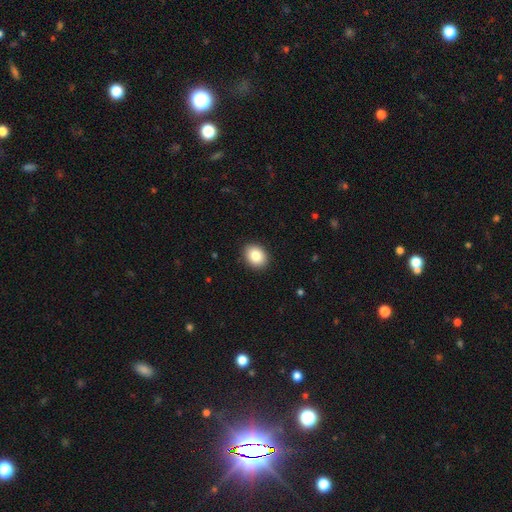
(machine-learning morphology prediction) Smooth or featured? Predicted: smooth (p=0.85). How rounded? Predicted: in between (p=0.51). Merging? Predicted: none (p=0.91).